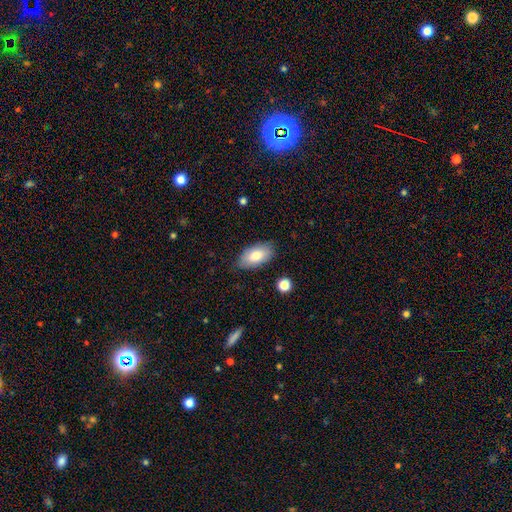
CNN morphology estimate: A smooth galaxy with no disk features (81%) that is in between round and cigar-shaped (93%).

Vote fractions:
- Smooth or featured? smooth: 81% / featured or disk: 13% / star or artifact: 6%
- How rounded? in between: 93% / cigar-shaped: 4% / round: 3%
- Merging? none: 82% / minor disturbance: 14% / major disturbance: 3% / merger: 1%